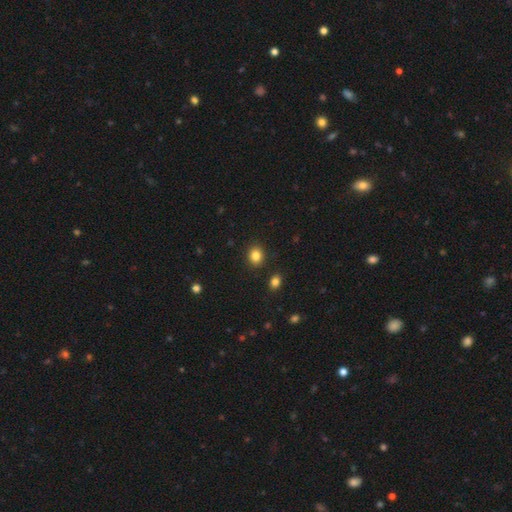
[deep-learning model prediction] This appears to be a smooth galaxy with no disk features (85%) that is round (70%). Merging: none (89%).